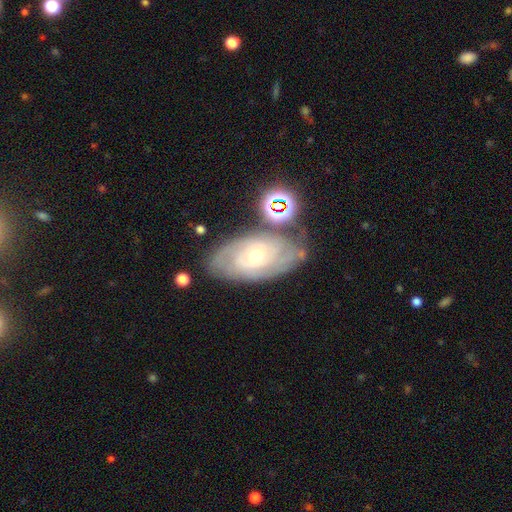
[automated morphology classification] This appears to be a featured or disk galaxy (77%) with no bar (70%), tight (69%) spiral arms (89%) and a small central bulge (51%). Merging: none (67%).